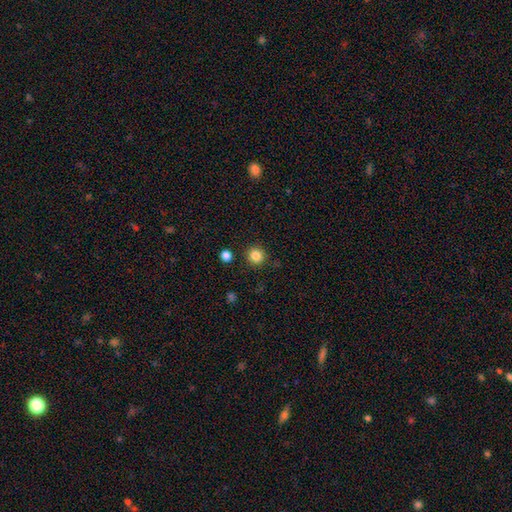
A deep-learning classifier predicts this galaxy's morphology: smooth_or_featured: smooth (p=0.84) [alt: star or artifact p=0.12]
how_rounded: round (p=0.94) [alt: in between p=0.05]
merging: none (p=0.90) [alt: minor disturbance p=0.06]